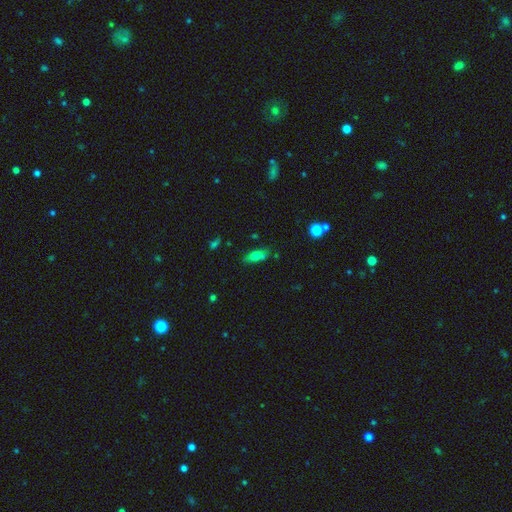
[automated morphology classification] Q: Smooth or featured?
A: smooth (68%); runner-up: featured or disk (23%)
Q: How rounded?
A: in between (71%); runner-up: cigar-shaped (24%)
Q: Merging?
A: none (76%); runner-up: minor disturbance (16%)